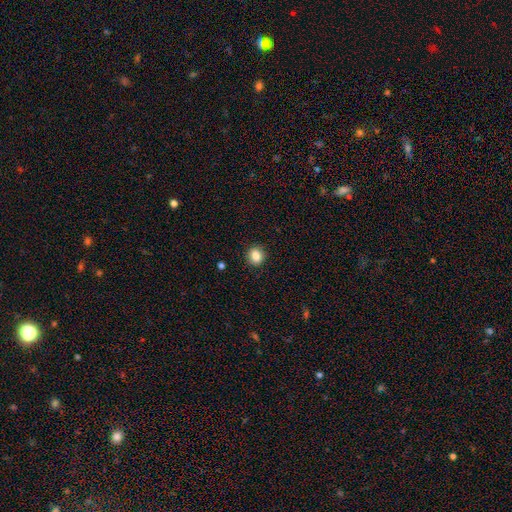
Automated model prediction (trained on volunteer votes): Smooth or featured?
  - smooth: 85% *
  - star or artifact: 10%
  - featured or disk: 5%
How rounded?
  - round: 83% *
  - in between: 16%
  - cigar-shaped: 1%
Merging?
  - none: 92% *
  - minor disturbance: 5%
  - major disturbance: 2%
  - merger: 1%